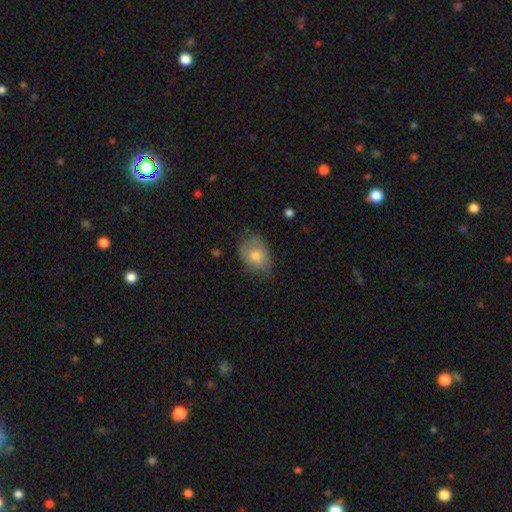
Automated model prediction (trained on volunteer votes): This appears to be a smooth galaxy with no disk features (72%) that is in between round and cigar-shaped (69%). Merging: none (58%).